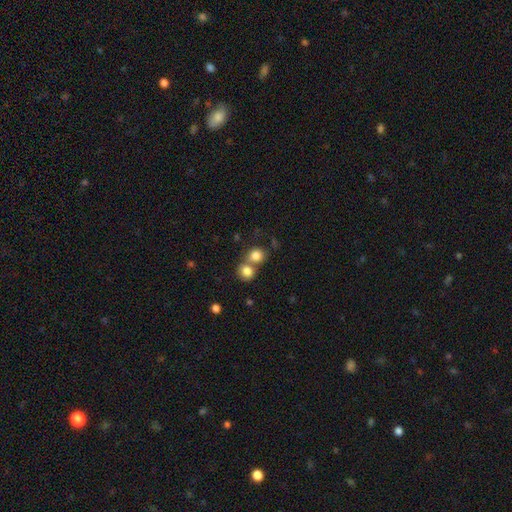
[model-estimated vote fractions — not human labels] smooth-or-featured: smooth: 82% | star or artifact: 10% | featured or disk: 8%
  how-rounded: round: 80% | in between: 19% | cigar-shaped: 1%
  merging: merger: 47% | none: 44% | minor disturbance: 7% | major disturbance: 3%